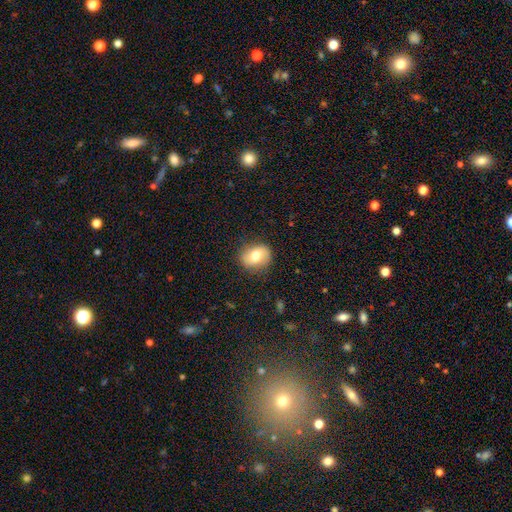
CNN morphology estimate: This appears to be a smooth galaxy with no disk features (65%) that is round (59%). Merging: none (81%).